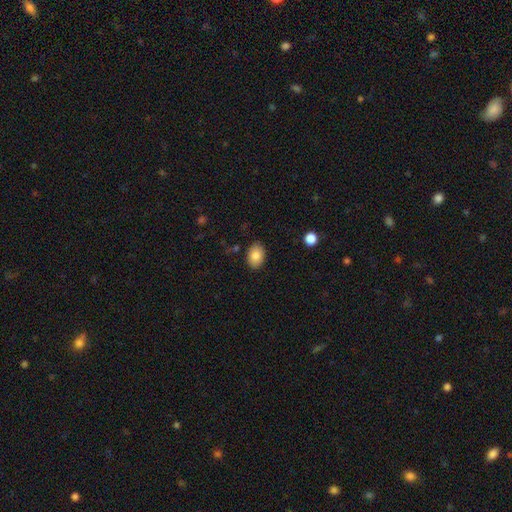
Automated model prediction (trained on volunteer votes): This appears to be a smooth galaxy with no disk features (85%) that is in between round and cigar-shaped (83%). Merging: none (87%).